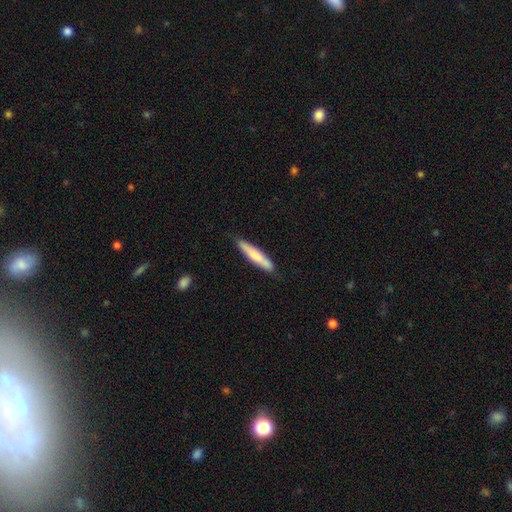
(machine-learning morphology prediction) The model was most divided on "smooth or featured": smooth: 70%, featured or disk: 25%, star or artifact: 5%. More confident: how rounded — cigar-shaped (89%); merging — none (84%).